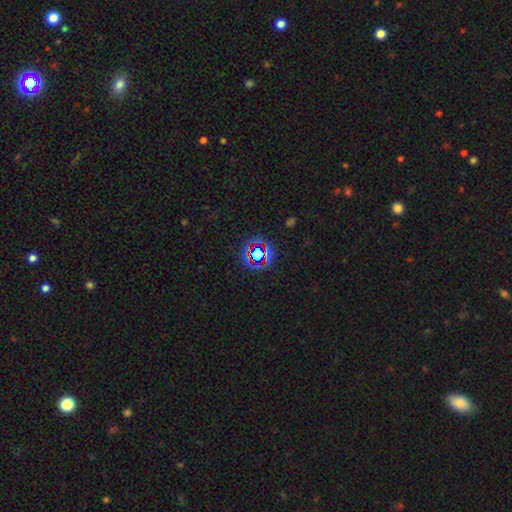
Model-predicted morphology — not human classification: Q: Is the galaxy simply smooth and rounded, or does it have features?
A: star or artifact — 70%.